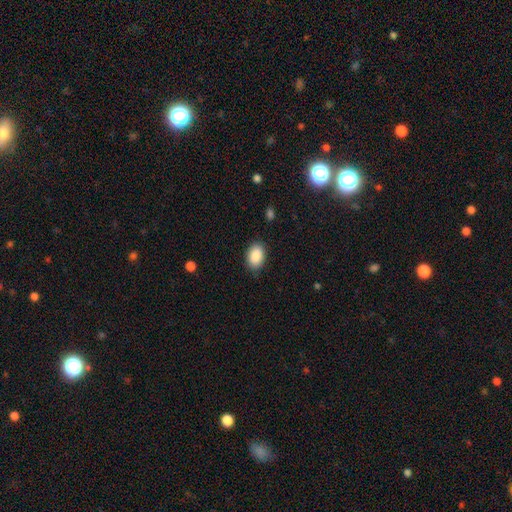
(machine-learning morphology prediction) A smooth galaxy with no disk features (90%) that is in between round and cigar-shaped (86%). Merging: none (86%).